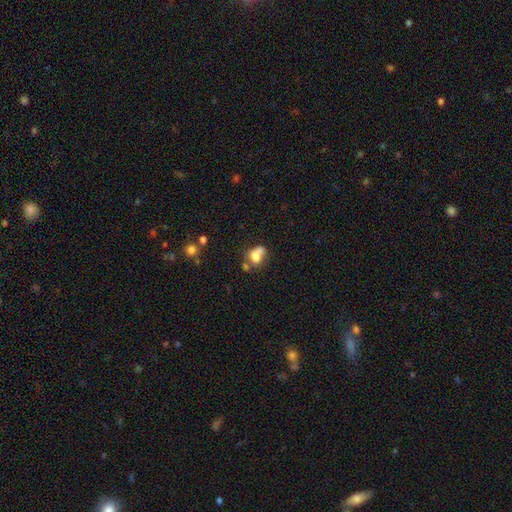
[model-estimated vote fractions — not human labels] Smooth or featured: smooth — 67% (featured or disk — 21%)
How rounded: in between — 65% (round — 33%)
Merging: merger — 48% (none — 26%)